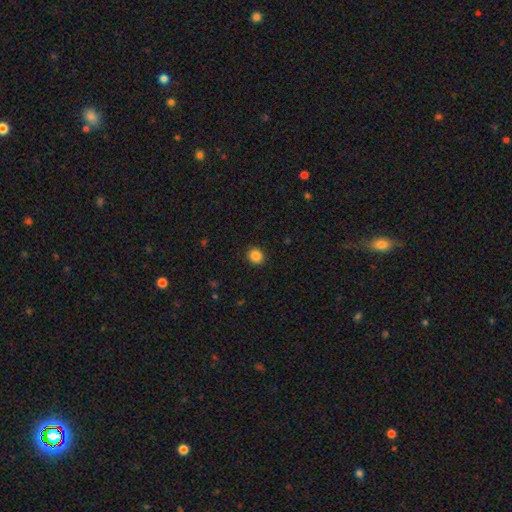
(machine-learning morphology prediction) type=smooth (86%); roundness=round (86%); merging=none (92%).